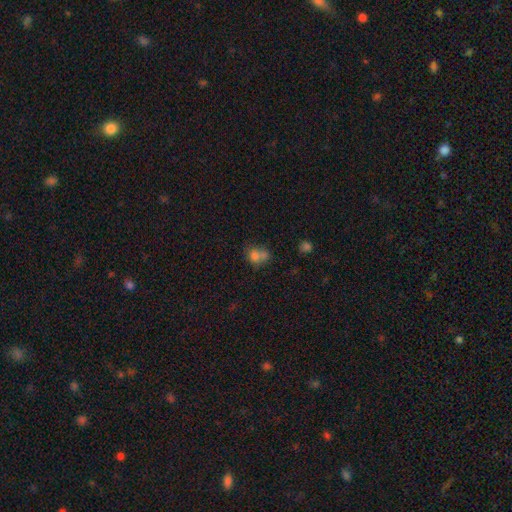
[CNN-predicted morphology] smooth-or-featured: smooth: 74% | featured or disk: 13% | star or artifact: 13%
  how-rounded: round: 60% | in between: 38% | cigar-shaped: 1%
  merging: merger: 44% | none: 34% | minor disturbance: 15% | major disturbance: 8%